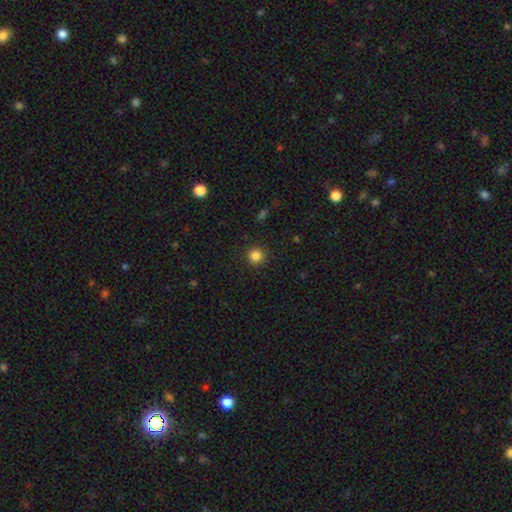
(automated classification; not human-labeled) A smooth galaxy with no disk features (84%) that is round (95%).

Vote fractions:
- Smooth or featured? smooth: 84% / star or artifact: 12% / featured or disk: 4%
- How rounded? round: 95% / in between: 4% / cigar-shaped: 1%
- Merging? none: 91% / minor disturbance: 6% / major disturbance: 2% / merger: 1%